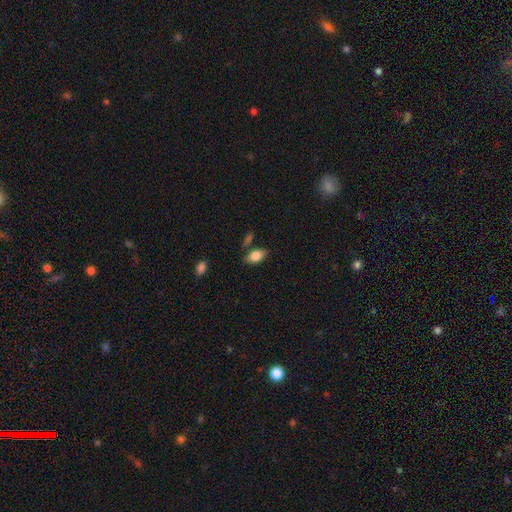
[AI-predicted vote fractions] This appears to be a smooth galaxy with no disk features (81%) that is in between round and cigar-shaped (90%). Merging: none (76%).